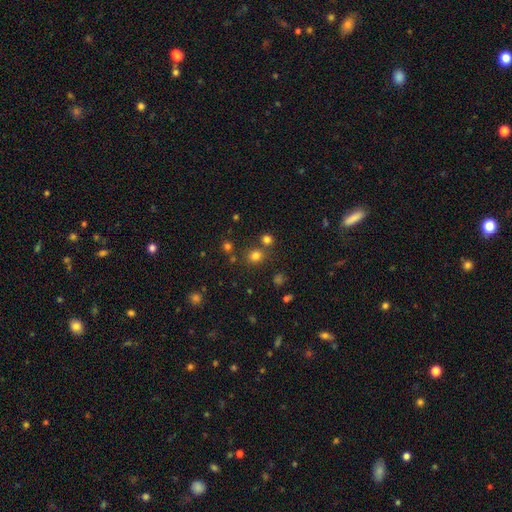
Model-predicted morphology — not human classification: The model was most divided on "smooth or featured": smooth: 76%, star or artifact: 19%, featured or disk: 6%. More confident: how rounded — round (79%); merging — none (74%).